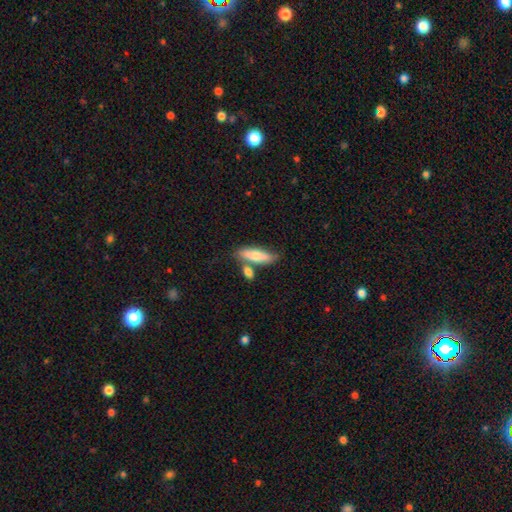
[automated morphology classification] type=smooth (70%); roundness=in between (49%); merging=none (56%).